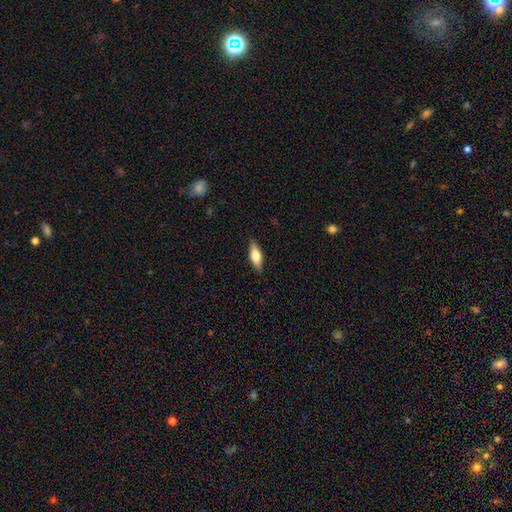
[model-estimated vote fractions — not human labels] Smooth or featured? Predicted: smooth (p=0.63). How rounded? Predicted: in between (p=0.67). Merging? Predicted: none (p=0.87).